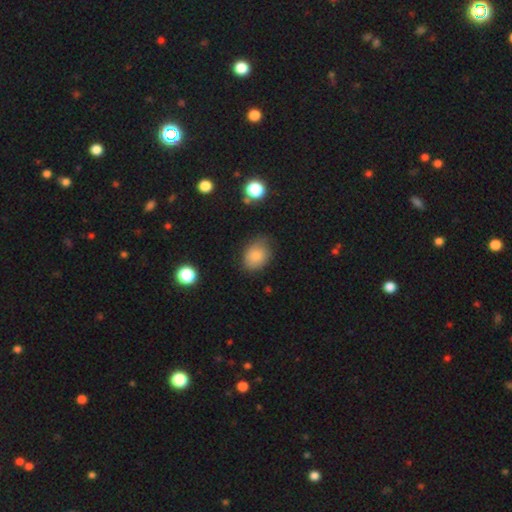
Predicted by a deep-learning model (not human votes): smooth-or-featured: smooth: 80% | featured or disk: 10% | star or artifact: 10%
  how-rounded: in between: 59% | round: 40% | cigar-shaped: 1%
  merging: none: 63% | minor disturbance: 28% | major disturbance: 6% | merger: 2%